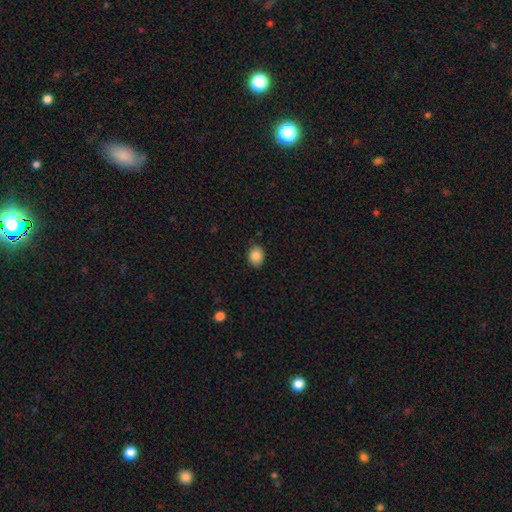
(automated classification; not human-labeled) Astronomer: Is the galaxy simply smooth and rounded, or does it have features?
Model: smooth — 87%.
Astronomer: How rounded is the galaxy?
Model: in between — 56% (runner-up: round, 44%).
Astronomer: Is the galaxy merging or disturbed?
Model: none — 87%.